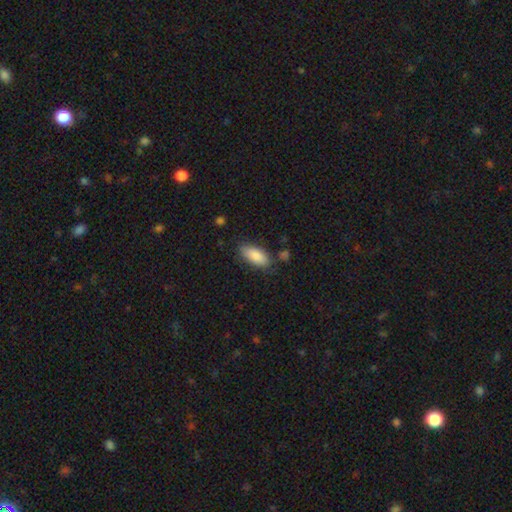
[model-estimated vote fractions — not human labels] A smooth galaxy with no disk features (87%) that is in between round and cigar-shaped (85%). Merging: none (76%).